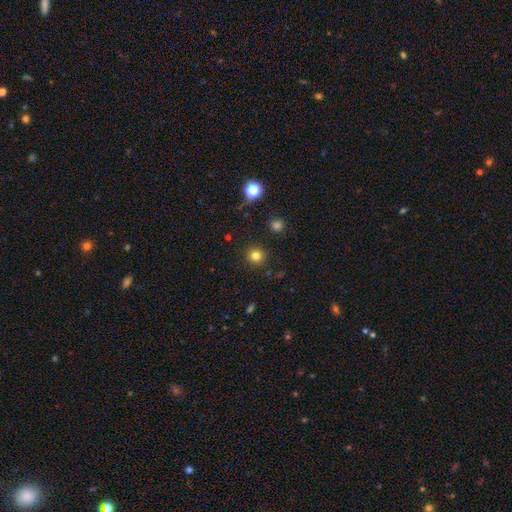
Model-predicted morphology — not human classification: smooth 80%, star or artifact 14%, featured or disk 5%. Down the decision tree: how rounded — round (93%); merging — none (91%).